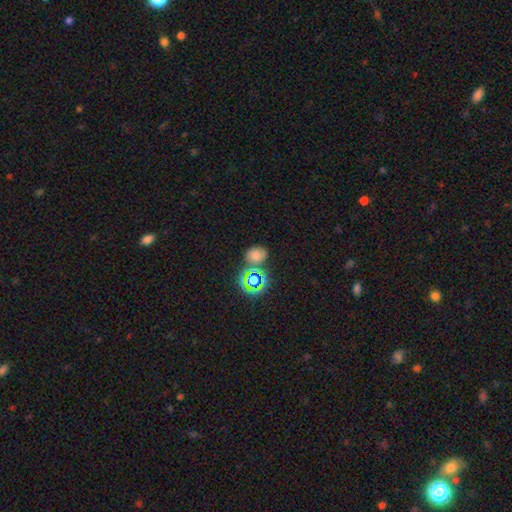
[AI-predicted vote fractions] Q: Smooth or featured?
A: smooth (61%); runner-up: star or artifact (28%)
Q: How rounded?
A: round (50%); runner-up: in between (49%)
Q: Merging?
A: none (63%); runner-up: minor disturbance (17%)